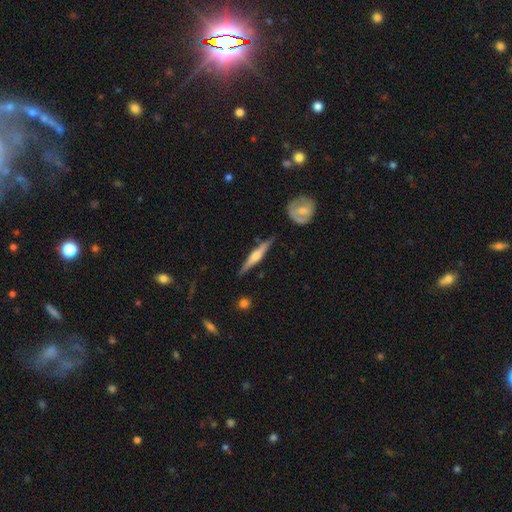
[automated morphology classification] featured or disk 69%, smooth 26%, star or artifact 5%. Down the decision tree: edge-on disk — yes (97%); edge-on bulge — rounded (83%); merging — none (85%).